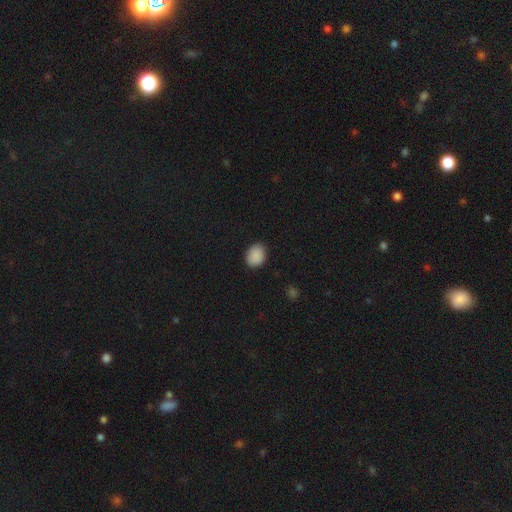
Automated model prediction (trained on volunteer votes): This appears to be a smooth galaxy with no disk features (89%) that is in between round and cigar-shaped (58%). Merging: none (86%).